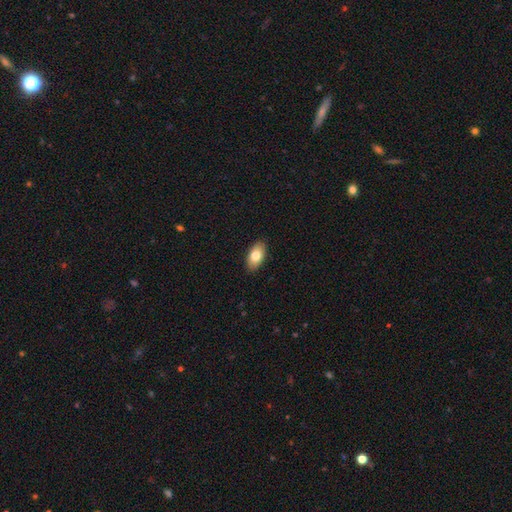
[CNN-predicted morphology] This appears to be a smooth galaxy with no disk features (79%) that is in between round and cigar-shaped (93%). Merging: none (89%).